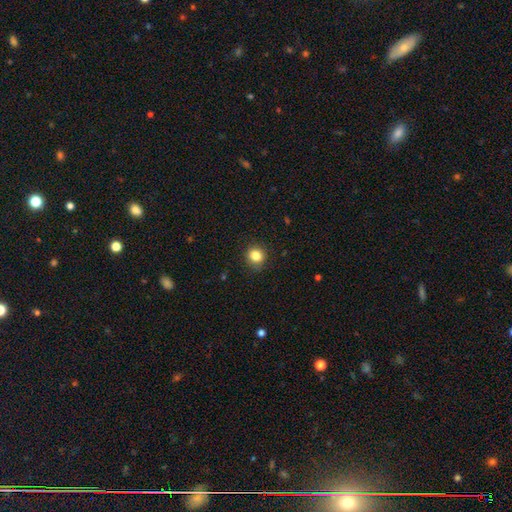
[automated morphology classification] Q: Smooth or featured?
A: smooth (83%); runner-up: star or artifact (11%)
Q: How rounded?
A: round (87%); runner-up: in between (12%)
Q: Merging?
A: none (89%); runner-up: minor disturbance (8%)